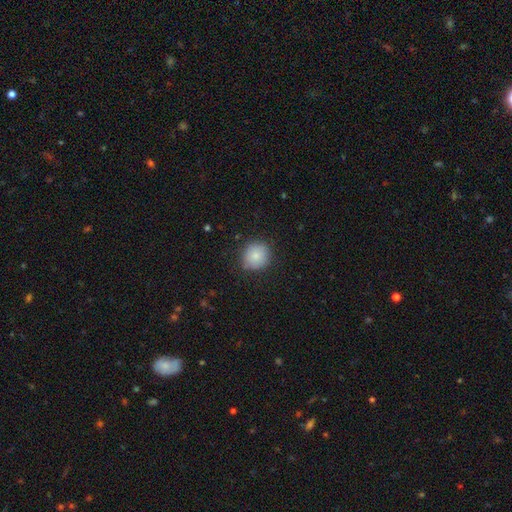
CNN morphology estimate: Smooth or featured?
  - smooth: 83% *
  - star or artifact: 9%
  - featured or disk: 8%
How rounded?
  - round: 90% *
  - in between: 9%
  - cigar-shaped: 1%
Merging?
  - none: 81% *
  - minor disturbance: 15%
  - major disturbance: 3%
  - merger: 1%